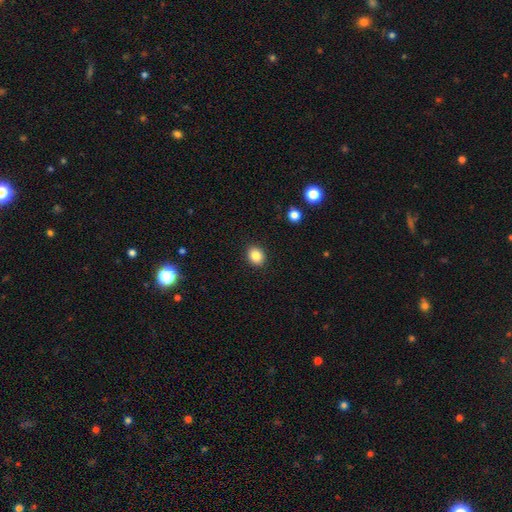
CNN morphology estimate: A smooth galaxy with no disk features (85%) that is round (57%).

Vote fractions:
- Smooth or featured? smooth: 85% / star or artifact: 10% / featured or disk: 5%
- How rounded? round: 57% / in between: 42% / cigar-shaped: 1%
- Merging? none: 90% / minor disturbance: 7% / major disturbance: 2% / merger: 1%